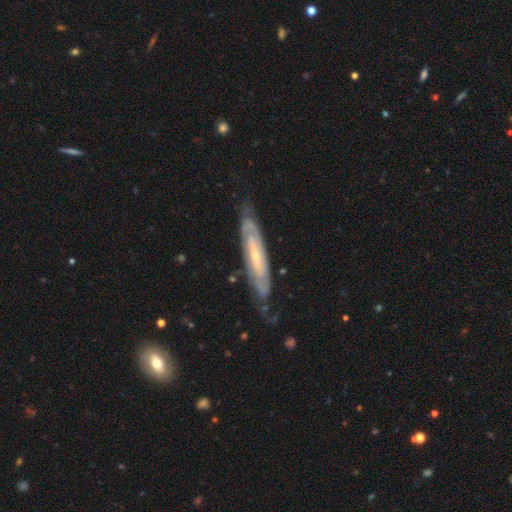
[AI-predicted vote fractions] smooth_or_featured: featured or disk (p=0.79) [alt: smooth p=0.15]
disk_edge_on: no (p=0.65) [alt: yes p=0.35]
bar: no (p=0.51) [alt: weak p=0.32]
has_spiral_arms: yes (p=0.88) [alt: no p=0.12]
bulge_size: small (p=0.74) [alt: moderate p=0.21]
merging: none (p=0.72) [alt: minor disturbance p=0.20]